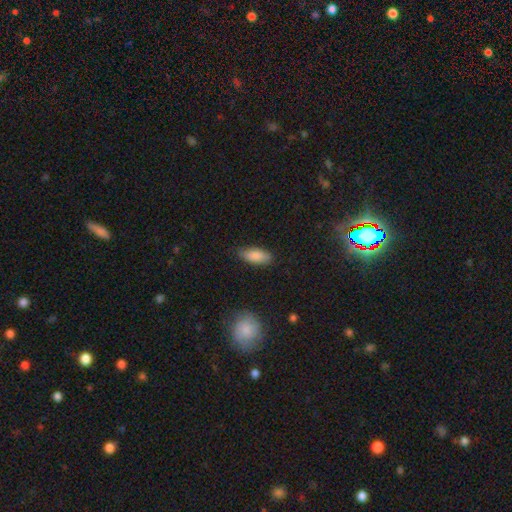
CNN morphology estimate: A smooth galaxy with no disk features (87%) that is in between round and cigar-shaped (82%). Merging: none (82%).